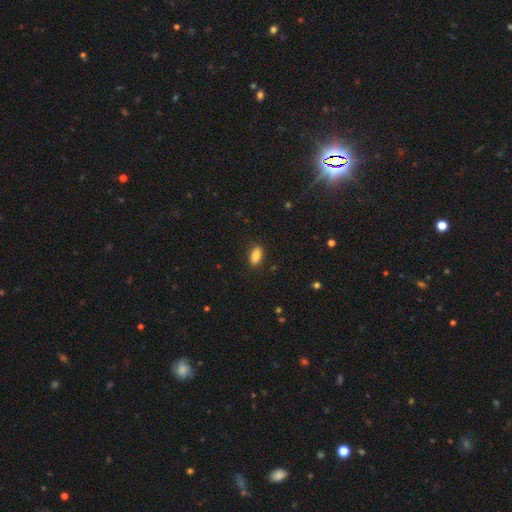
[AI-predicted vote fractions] Morphology: type=smooth (87%); roundness=in between (85%); merging=none (87%).